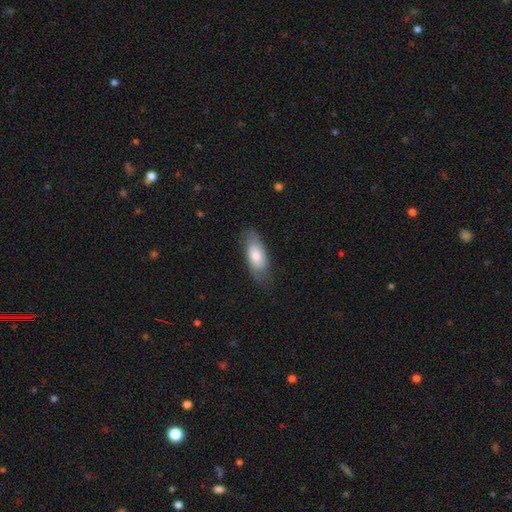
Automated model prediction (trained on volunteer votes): A smooth galaxy with no disk features (68%) that is in between round and cigar-shaped (83%). Merging: none (73%).